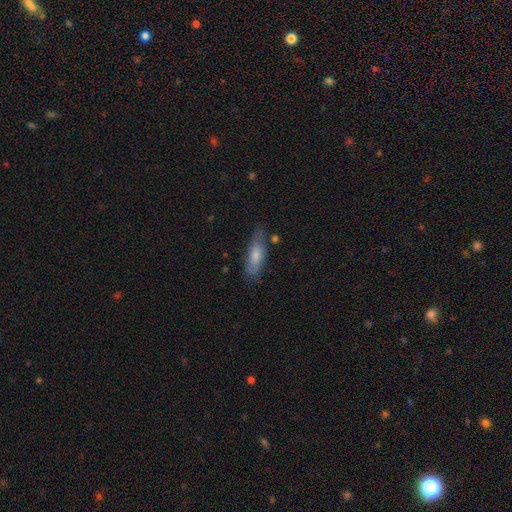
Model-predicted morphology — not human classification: This appears to be a smooth galaxy with no disk features (73%) that is in between round and cigar-shaped (52%). Merging: none (71%).